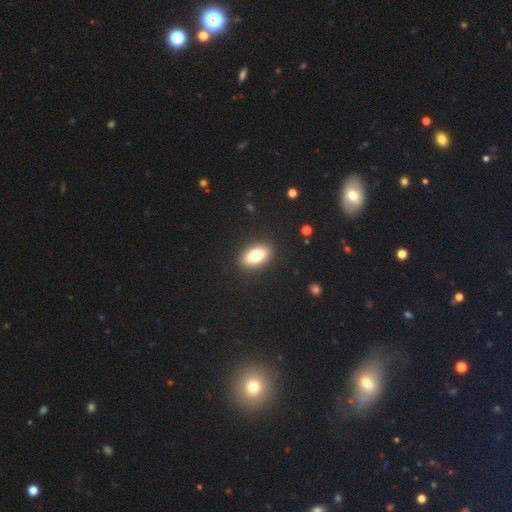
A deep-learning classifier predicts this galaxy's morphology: Smooth or featured? smooth (77%)
How rounded? in between (89%)
Merging? none (90%)